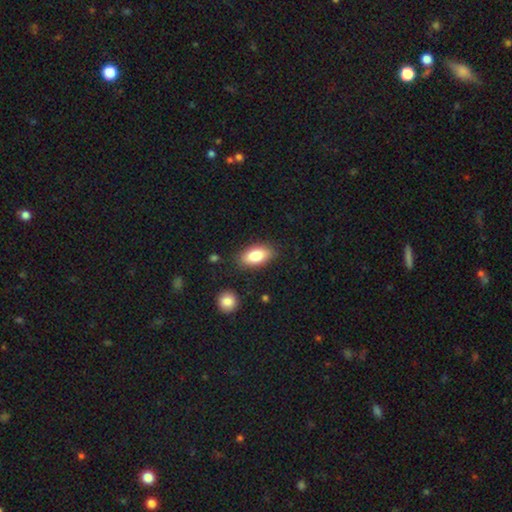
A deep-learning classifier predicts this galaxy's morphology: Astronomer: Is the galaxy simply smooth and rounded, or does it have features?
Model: smooth — 82%.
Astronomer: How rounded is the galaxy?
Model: in between — 90%.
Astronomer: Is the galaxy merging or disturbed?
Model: none — 84%.